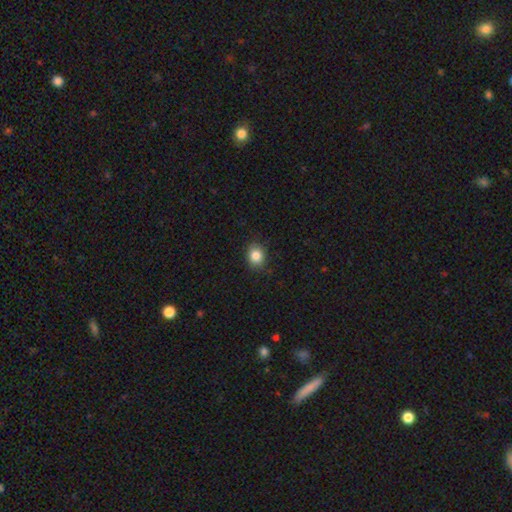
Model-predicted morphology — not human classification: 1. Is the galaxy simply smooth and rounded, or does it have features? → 85% smooth, 10% star or artifact, 5% featured or disk.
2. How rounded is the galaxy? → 60% round, 39% in between, 1% cigar-shaped.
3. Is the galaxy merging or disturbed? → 86% none, 11% minor disturbance, 2% major disturbance, 1% merger.